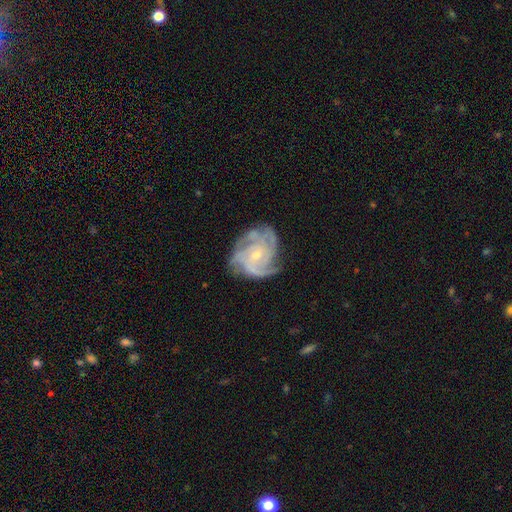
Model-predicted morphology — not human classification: featured or disk 88%, smooth 6%, star or artifact 6%. Down the decision tree: edge-on disk — no (98%); bar — no (73%); spiral arms — yes (97%); spiral arm count — 3 (33%); spiral winding — tight (57%); bulge size — small (69%); merging — none (68%).